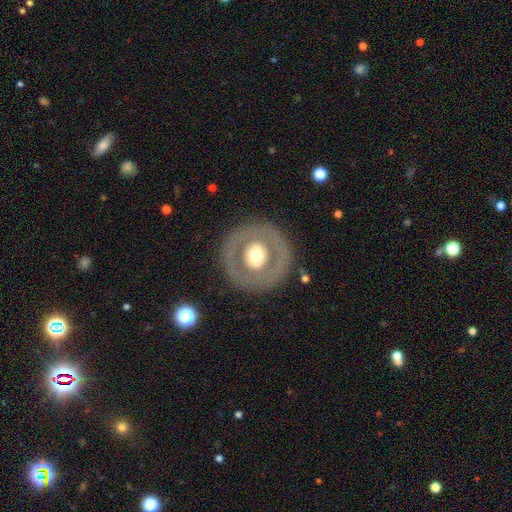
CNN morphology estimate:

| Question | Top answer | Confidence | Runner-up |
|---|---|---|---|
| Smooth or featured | featured or disk | 52% | smooth (42%) |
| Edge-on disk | no | 94% | yes (6%) |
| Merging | none | 85% | minor disturbance (8%) |